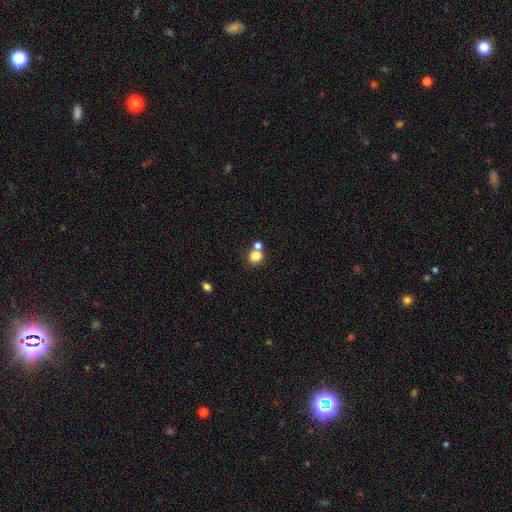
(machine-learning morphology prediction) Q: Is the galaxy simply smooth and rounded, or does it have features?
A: smooth — 81%.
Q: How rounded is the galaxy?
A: round — 83%.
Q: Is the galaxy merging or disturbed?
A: none — 48%.